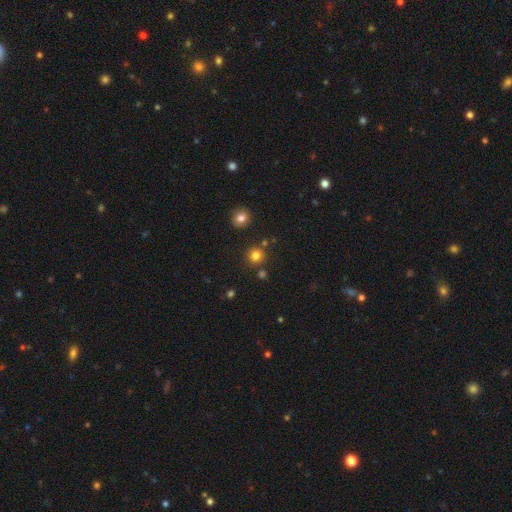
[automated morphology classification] Smooth or featured?
  - smooth: 80% *
  - star or artifact: 15%
  - featured or disk: 6%
How rounded?
  - round: 93% *
  - in between: 6%
  - cigar-shaped: 1%
Merging?
  - none: 84% *
  - merger: 7%
  - minor disturbance: 7%
  - major disturbance: 3%